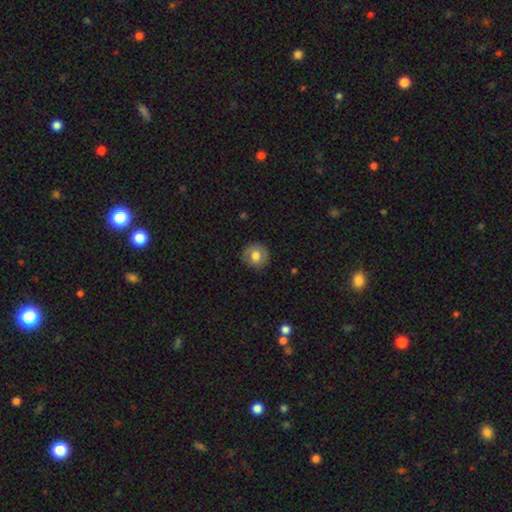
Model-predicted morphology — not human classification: smooth 72%, featured or disk 20%, star or artifact 8%. Down the decision tree: how rounded — round (89%); merging — none (85%).